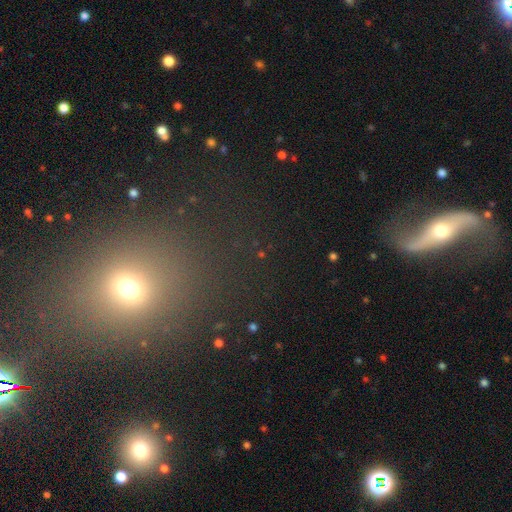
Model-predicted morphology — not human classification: Smooth or featured? smooth (40%)
Merging? none (70%)